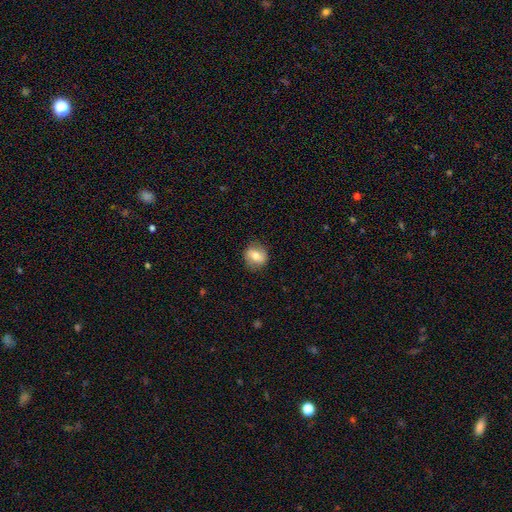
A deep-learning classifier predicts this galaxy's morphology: type=smooth (66%); roundness=round (70%); merging=none (84%).